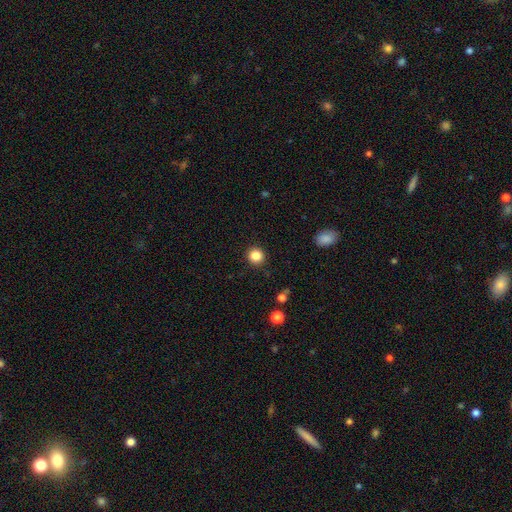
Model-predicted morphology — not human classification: smooth_or_featured: smooth (p=0.85) [alt: star or artifact p=0.11]
how_rounded: round (p=0.93) [alt: in between p=0.06]
merging: none (p=0.91) [alt: minor disturbance p=0.06]